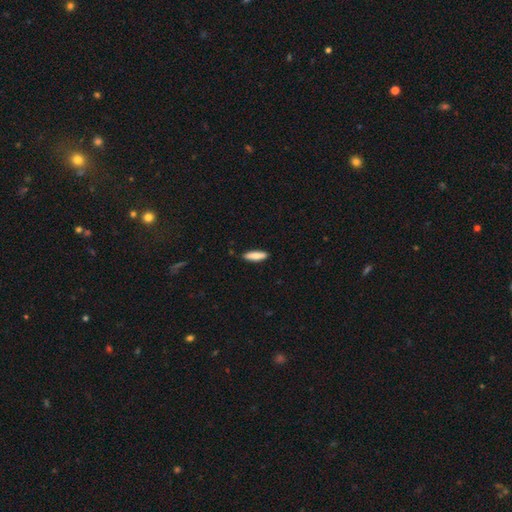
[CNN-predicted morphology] smooth 83%, featured or disk 12%, star or artifact 6%. Down the decision tree: how rounded — cigar-shaped (63%); merging — none (88%).